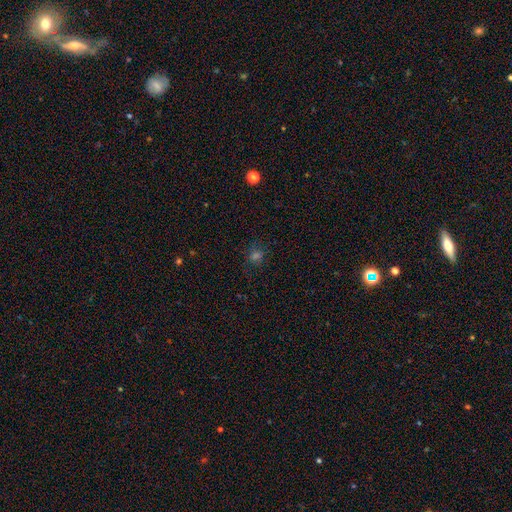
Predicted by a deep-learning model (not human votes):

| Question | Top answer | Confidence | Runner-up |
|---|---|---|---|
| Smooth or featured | smooth | 52% | star or artifact (37%) |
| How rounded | round | 79% | in between (20%) |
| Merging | none | 80% | minor disturbance (12%) |